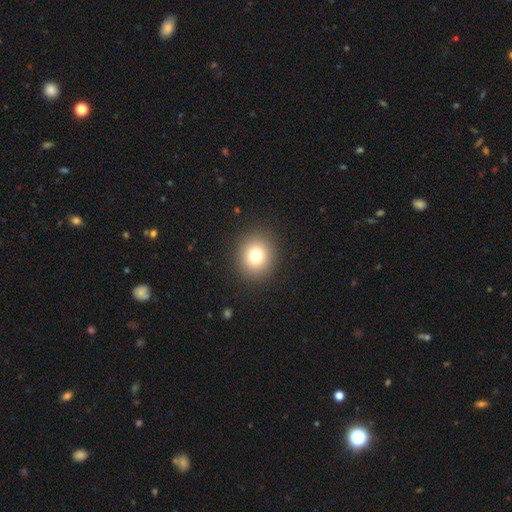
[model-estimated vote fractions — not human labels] smooth 78%, star or artifact 12%, featured or disk 10%. Down the decision tree: how rounded — round (81%); merging — none (90%).